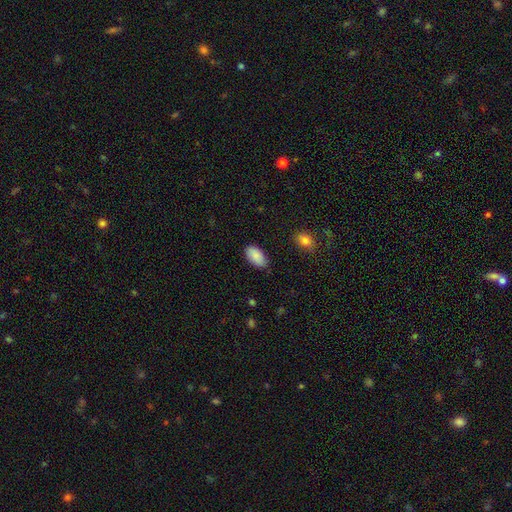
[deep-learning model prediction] Smooth or featured? smooth (88%)
How rounded? in between (95%)
Merging? none (80%)